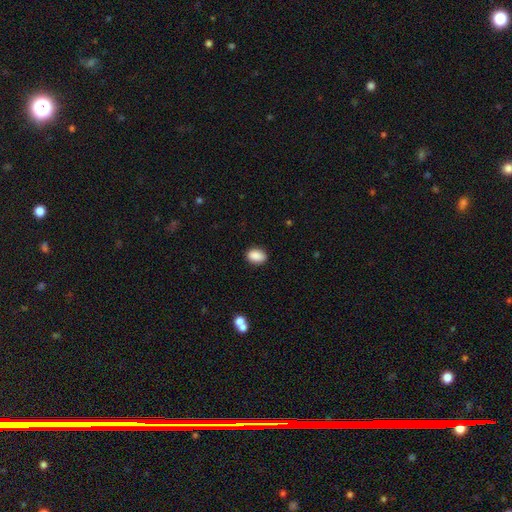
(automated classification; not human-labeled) Smooth or featured? smooth (89%)
How rounded? in between (82%)
Merging? none (86%)